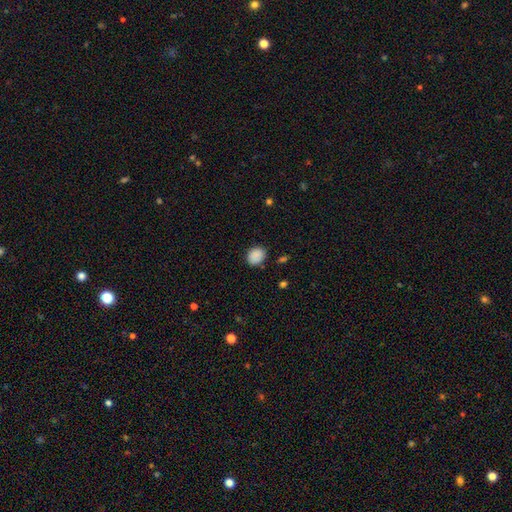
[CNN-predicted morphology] Overall: smooth (89%). How rounded: round (57%; in between 42%). Merging: none (83%).